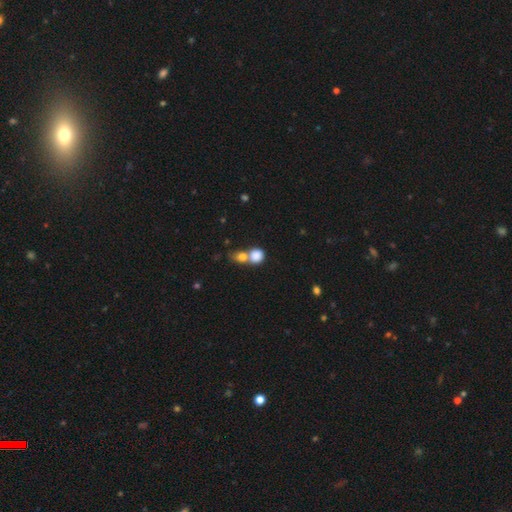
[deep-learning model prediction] A smooth galaxy with no disk features (83%) that is round (72%).

Vote fractions:
- Smooth or featured? smooth: 83% / star or artifact: 9% / featured or disk: 8%
- How rounded? round: 72% / in between: 27% / cigar-shaped: 2%
- Merging? merger: 57% / none: 32% / minor disturbance: 7% / major disturbance: 4%